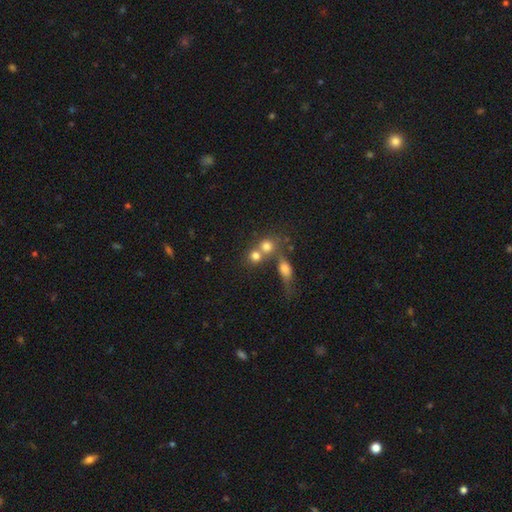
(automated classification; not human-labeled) Q: Smooth or featured?
A: smooth (74%); runner-up: star or artifact (14%)
Q: How rounded?
A: round (81%); runner-up: in between (17%)
Q: Merging?
A: merger (50%); runner-up: none (39%)